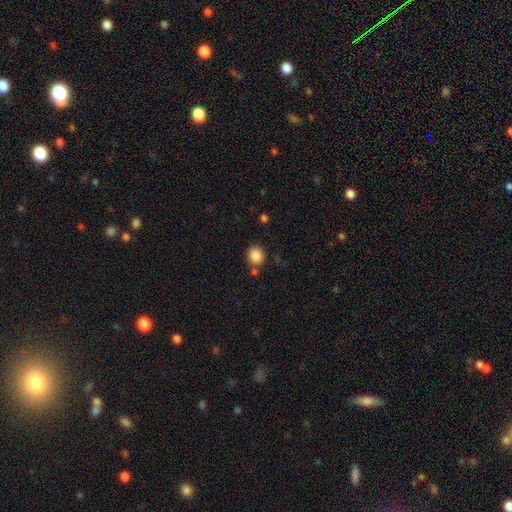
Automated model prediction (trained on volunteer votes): smooth 87%, star or artifact 9%, featured or disk 4%. Down the decision tree: how rounded — round (80%); merging — none (78%).